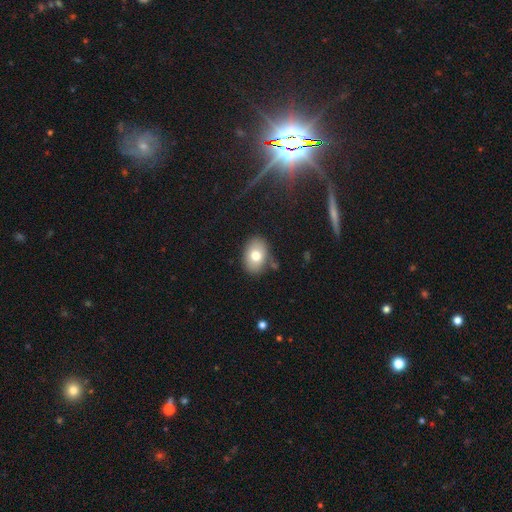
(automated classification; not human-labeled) Smooth or featured? Predicted: smooth (p=0.75). How rounded? Predicted: in between (p=0.81). Merging? Predicted: none (p=0.81).